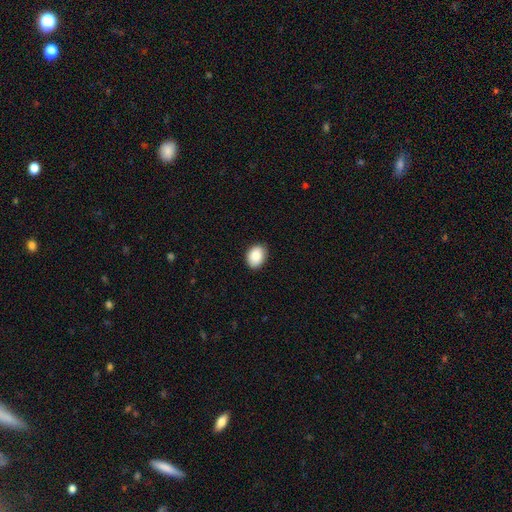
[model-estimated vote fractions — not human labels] Overall: smooth (89%). How rounded: in between (73%). Merging: none (86%).